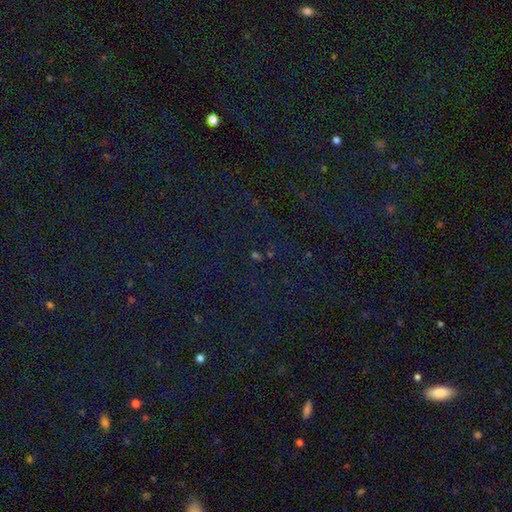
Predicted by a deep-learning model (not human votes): star or artifact 77%, smooth 15%, featured or disk 8%.